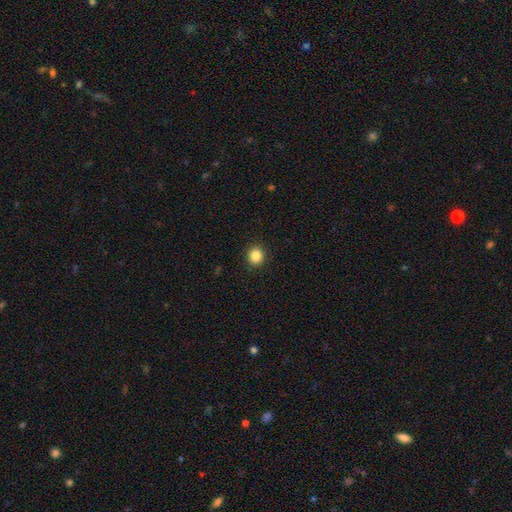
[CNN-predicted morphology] smooth-or-featured: smooth: 86% | star or artifact: 10% | featured or disk: 4%
  how-rounded: round: 86% | in between: 13% | cigar-shaped: 1%
  merging: none: 92% | minor disturbance: 5% | major disturbance: 2% | merger: 1%